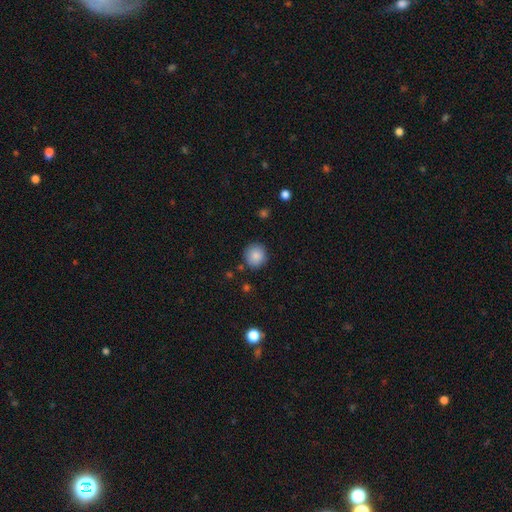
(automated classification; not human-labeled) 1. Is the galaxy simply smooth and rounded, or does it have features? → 87% smooth, 9% star or artifact, 5% featured or disk.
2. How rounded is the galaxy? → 91% round, 8% in between, 1% cigar-shaped.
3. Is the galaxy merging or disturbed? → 87% none, 9% minor disturbance, 2% major disturbance, 2% merger.